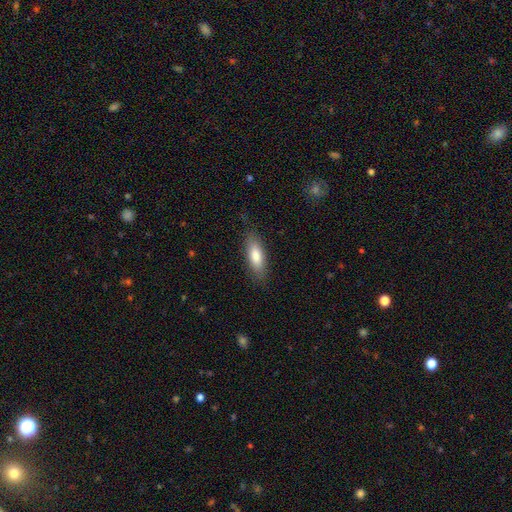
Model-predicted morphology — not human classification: Smooth or featured: smooth — 80% (featured or disk — 14%)
How rounded: in between — 64% (cigar-shaped — 34%)
Merging: none — 83% (minor disturbance — 13%)